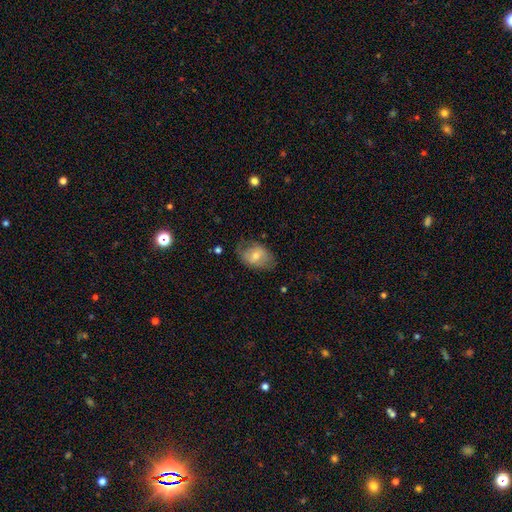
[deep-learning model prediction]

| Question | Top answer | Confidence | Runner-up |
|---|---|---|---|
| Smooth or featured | smooth | 61% | featured or disk (31%) |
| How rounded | in between | 78% | round (20%) |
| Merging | none | 64% | minor disturbance (26%) |